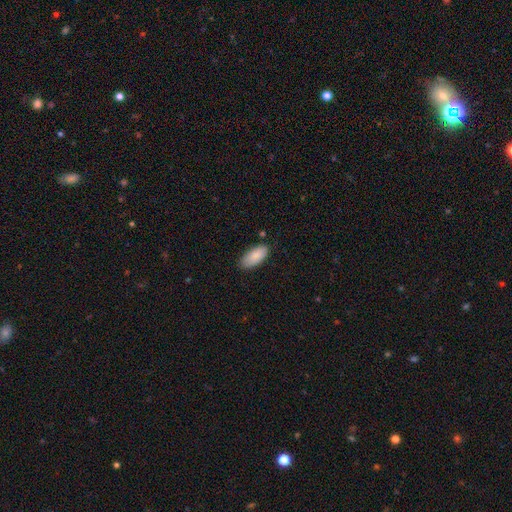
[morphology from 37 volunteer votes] smooth 92%, star or artifact 5%, featured or disk 3%. Down the decision tree: how rounded — in between (97%); merging — none (77%).